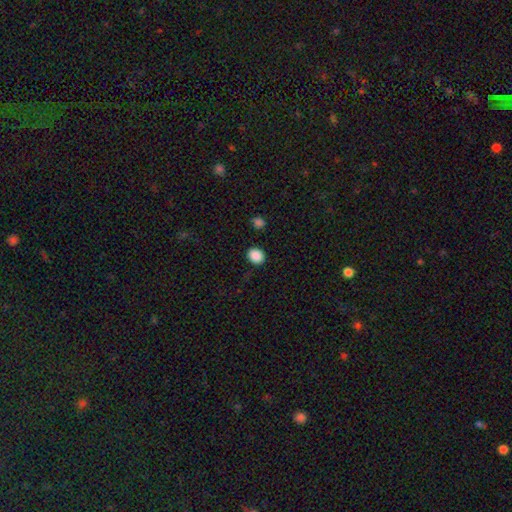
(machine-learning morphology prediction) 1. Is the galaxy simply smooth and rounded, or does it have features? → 88% smooth, 9% star or artifact, 3% featured or disk.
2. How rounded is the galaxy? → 67% round, 33% in between, 1% cigar-shaped.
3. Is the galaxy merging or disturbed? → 89% none, 7% minor disturbance, 2% major disturbance, 2% merger.